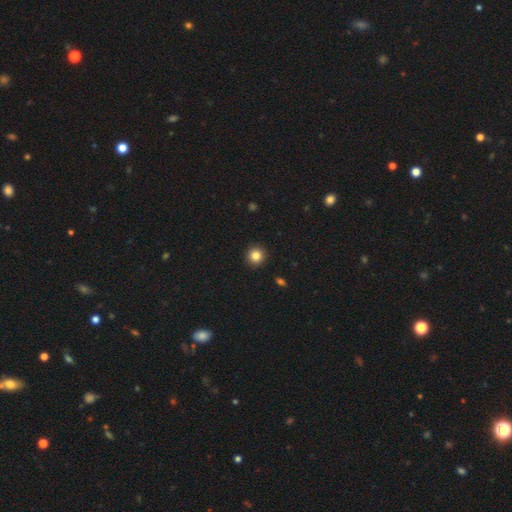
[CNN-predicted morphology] A smooth galaxy with no disk features (84%) that is round (94%).

Vote fractions:
- Smooth or featured? smooth: 84% / star or artifact: 11% / featured or disk: 6%
- How rounded? round: 94% / in between: 5% / cigar-shaped: 1%
- Merging? none: 93% / minor disturbance: 5% / major disturbance: 1% / merger: 1%